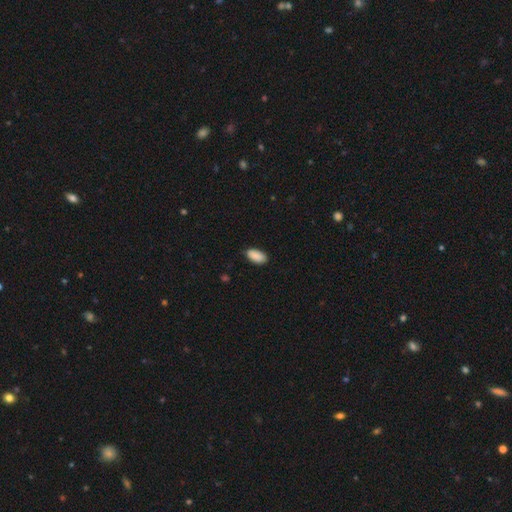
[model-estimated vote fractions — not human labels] A smooth galaxy with no disk features (90%) that is in between round and cigar-shaped (94%). Merging: none (84%).